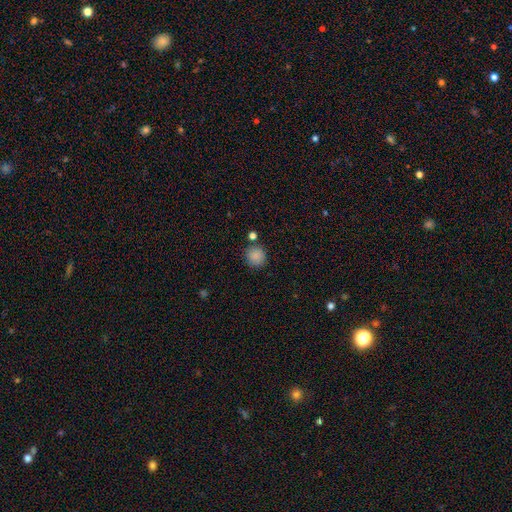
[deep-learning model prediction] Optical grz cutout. It shows a smooth galaxy with no disk features (86%) that is round (91%). Merging: none (81%).